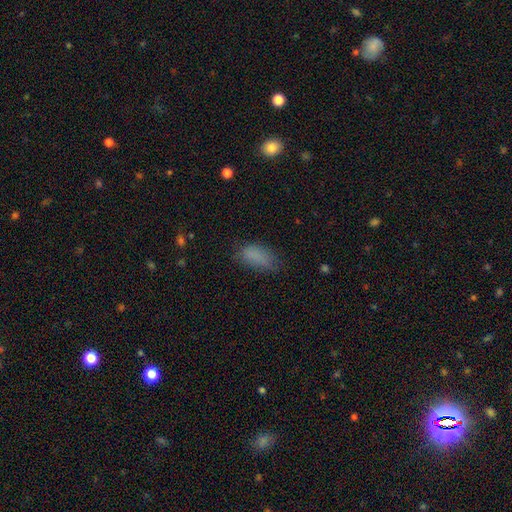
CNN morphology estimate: Q: Smooth or featured?
A: smooth (83%); runner-up: star or artifact (10%)
Q: How rounded?
A: in between (86%); runner-up: cigar-shaped (11%)
Q: Merging?
A: none (61%); runner-up: minor disturbance (27%)